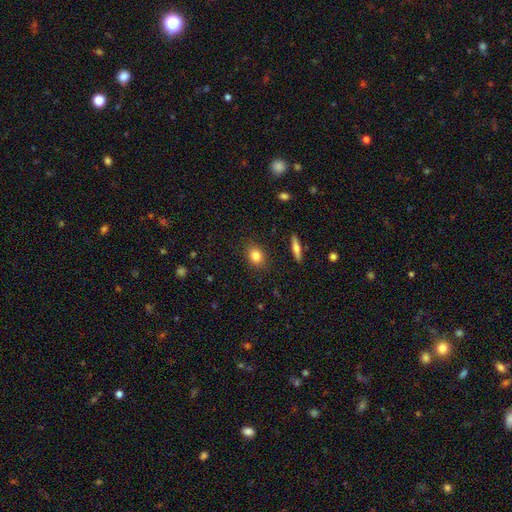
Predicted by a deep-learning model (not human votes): Smooth or featured?
  - smooth: 82% *
  - star or artifact: 9%
  - featured or disk: 9%
How rounded?
  - in between: 58% *
  - round: 39%
  - cigar-shaped: 3%
Merging?
  - none: 86% *
  - minor disturbance: 10%
  - major disturbance: 3%
  - merger: 2%